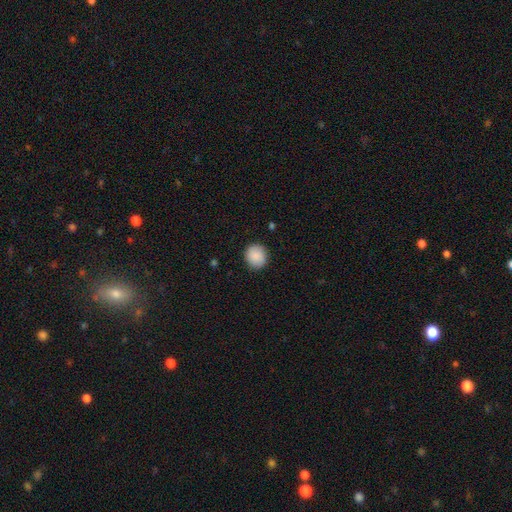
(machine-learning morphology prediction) Smooth or featured?
  - smooth: 88% *
  - star or artifact: 7%
  - featured or disk: 5%
How rounded?
  - round: 85% *
  - in between: 14%
  - cigar-shaped: 1%
Merging?
  - none: 88% *
  - minor disturbance: 9%
  - major disturbance: 2%
  - merger: 1%